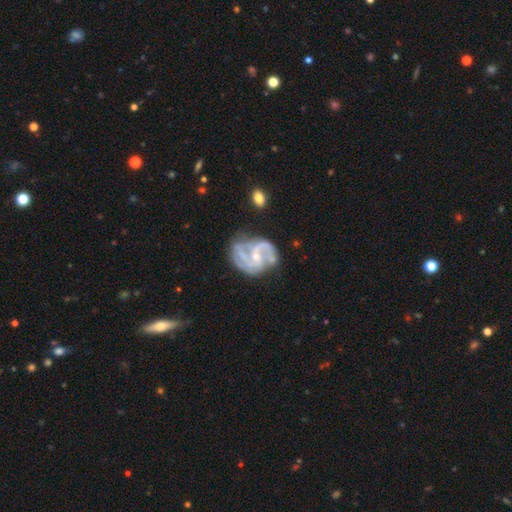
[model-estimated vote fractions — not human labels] The model was most divided on "bar": no: 48%, weak: 41%, strong: 11%. Remaining: edge-on disk — no (98%); spiral arms — yes (94%); smooth or featured — featured or disk (87%); bulge size — small (61%); merging — none (56%); spiral winding — medium (50%); spiral arm count — 2 (42%).